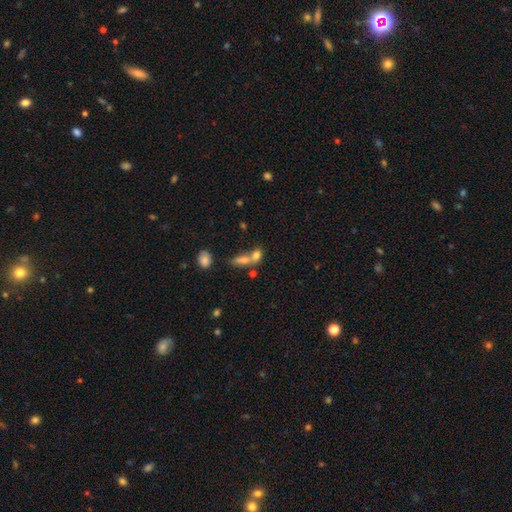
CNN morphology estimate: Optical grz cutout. It shows a smooth galaxy with no disk features (72%) that is in between round and cigar-shaped (60%). Merging: merger (63%).